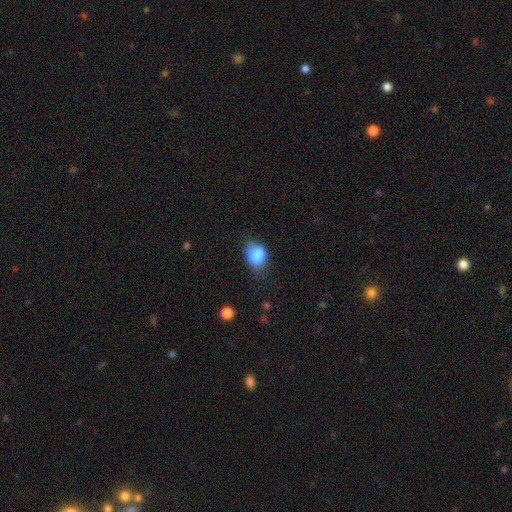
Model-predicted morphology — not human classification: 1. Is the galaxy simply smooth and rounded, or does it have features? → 78% smooth, 13% featured or disk, 9% star or artifact.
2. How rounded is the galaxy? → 65% in between, 34% round, 1% cigar-shaped.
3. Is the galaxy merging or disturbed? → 53% none, 32% minor disturbance, 10% major disturbance, 5% merger.